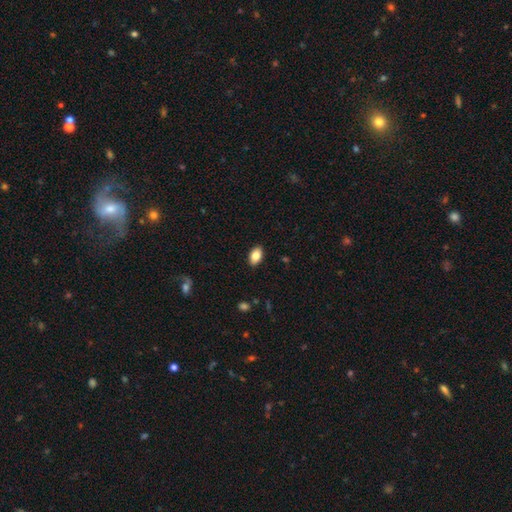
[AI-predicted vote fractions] This is clearly a smooth galaxy (85%). How rounded: clearly in between (92%). Merging: clearly none (89%).